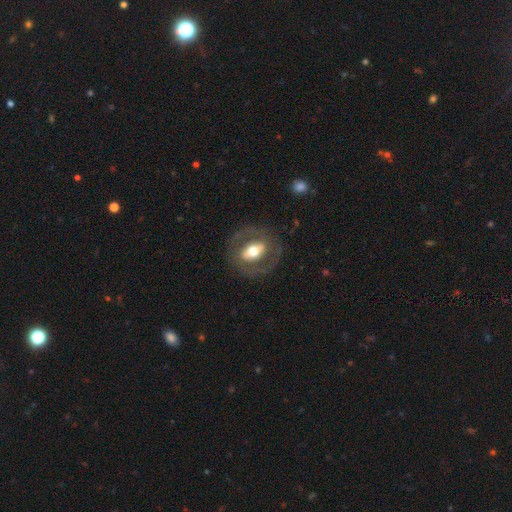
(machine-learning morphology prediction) This appears to be a featured or disk galaxy (61%) with no bar (41%), no spiral arms (67%) and a moderate central bulge (64%). Merging: none (80%).